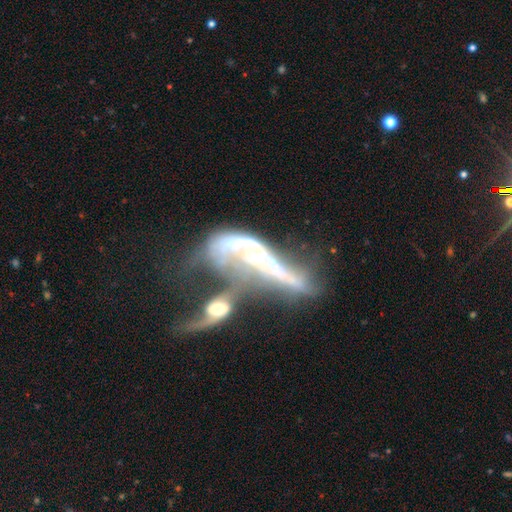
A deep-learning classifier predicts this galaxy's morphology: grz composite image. It shows a featured or disk galaxy (76%) with no bar (65%), spiral arms (55%) and a moderate central bulge (34%). Merging: merger (67%).